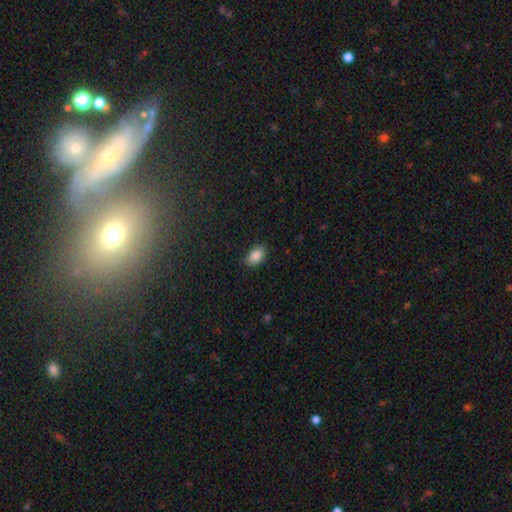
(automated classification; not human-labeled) This appears to be a smooth galaxy with no disk features (88%) that is in between round and cigar-shaped (91%). Merging: none (85%).